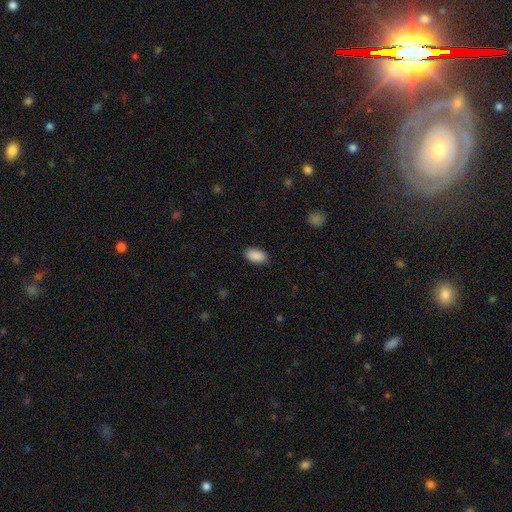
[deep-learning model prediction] The model was most divided on "merging": none: 88%, minor disturbance: 8%, major disturbance: 2%, merger: 1%. More confident: how rounded — in between (94%); smooth or featured — smooth (90%).